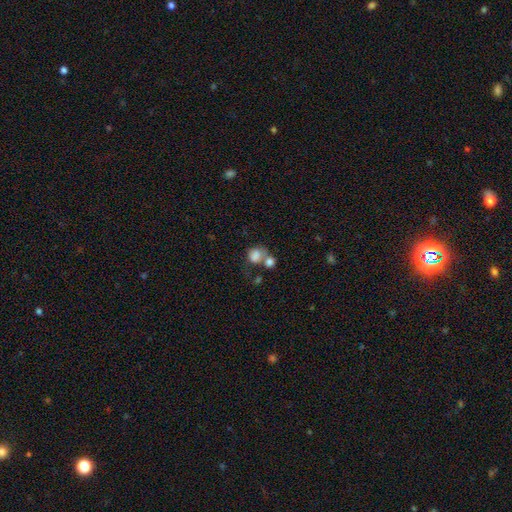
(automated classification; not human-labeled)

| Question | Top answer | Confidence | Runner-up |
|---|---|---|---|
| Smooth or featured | smooth | 78% | featured or disk (12%) |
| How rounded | round | 53% | in between (46%) |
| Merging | merger | 51% | none (27%) |